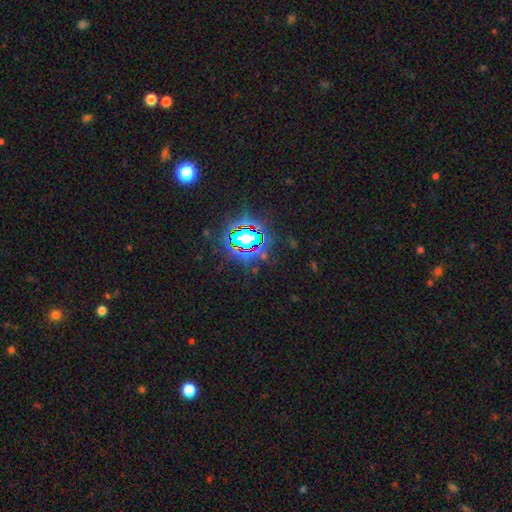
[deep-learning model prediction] A star or artifact, not a galaxy (83%).

Vote fractions:
- Smooth or featured? star or artifact: 83% / smooth: 11% / featured or disk: 7%